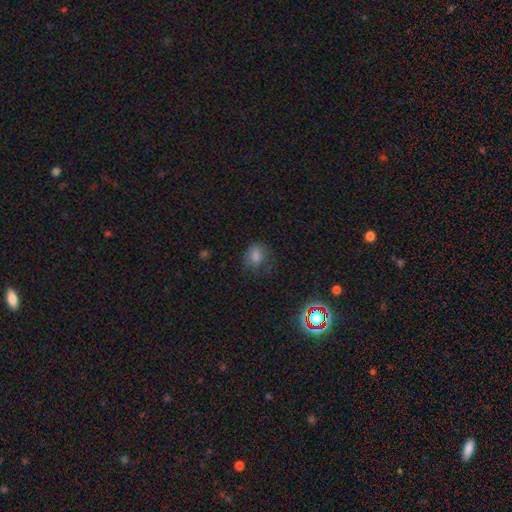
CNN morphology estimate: smooth_or_featured: smooth (p=0.67) [alt: star or artifact p=0.22]
how_rounded: round (p=0.55) [alt: in between p=0.44]
merging: none (p=0.65) [alt: minor disturbance p=0.22]